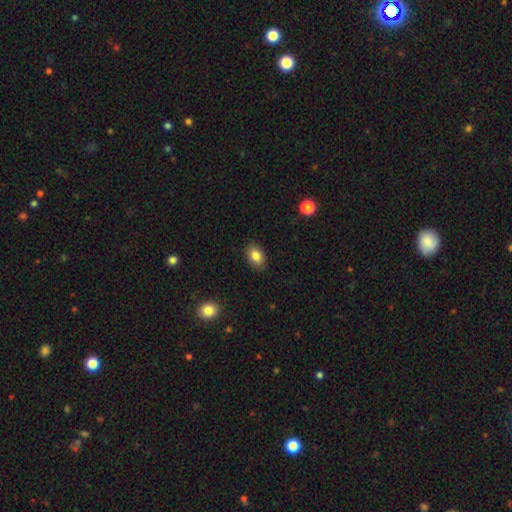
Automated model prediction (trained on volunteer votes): Smooth or featured? smooth (84%)
How rounded? in between (82%)
Merging? none (87%)